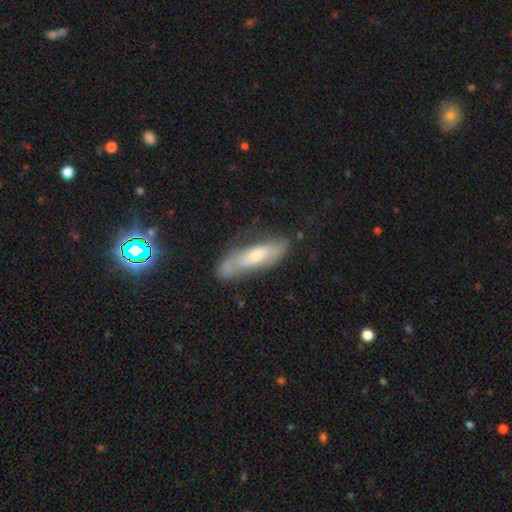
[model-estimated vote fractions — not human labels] Q: Smooth or featured?
A: featured or disk (48%); runner-up: smooth (43%)
Q: Merging?
A: none (63%); runner-up: minor disturbance (24%)